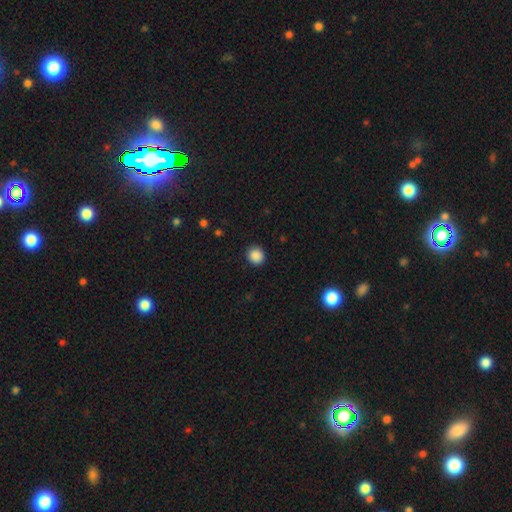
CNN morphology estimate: Q: Smooth or featured?
A: smooth (88%); runner-up: star or artifact (9%)
Q: How rounded?
A: round (86%); runner-up: in between (13%)
Q: Merging?
A: none (91%); runner-up: minor disturbance (6%)